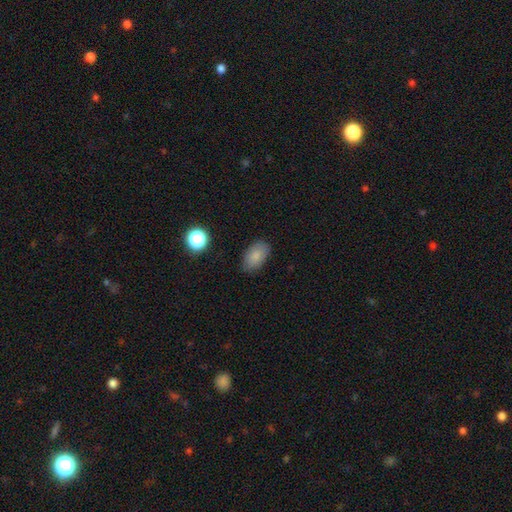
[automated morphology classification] type=smooth (84%); roundness=in between (91%); merging=none (82%).